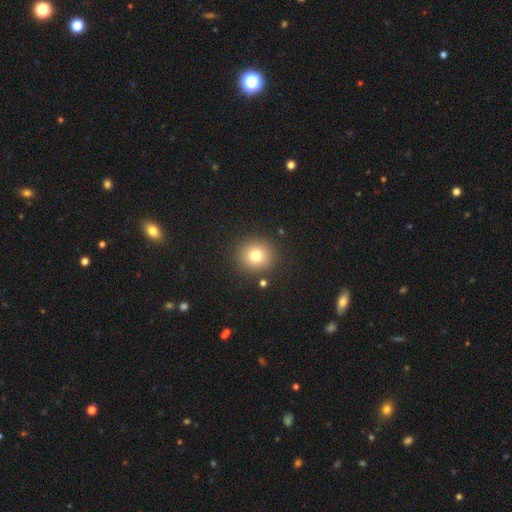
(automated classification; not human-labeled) smooth_or_featured: smooth (p=0.77) [alt: star or artifact p=0.13]
how_rounded: round (p=0.90) [alt: in between p=0.09]
merging: none (p=0.89) [alt: minor disturbance p=0.06]